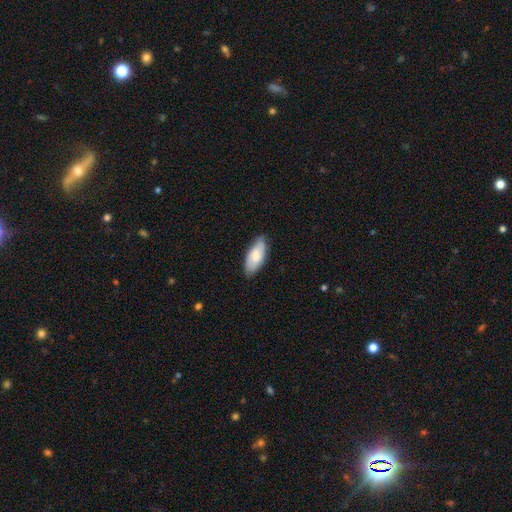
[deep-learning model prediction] Smooth or featured?
  - smooth: 77% *
  - featured or disk: 18%
  - star or artifact: 6%
How rounded?
  - in between: 84% *
  - cigar-shaped: 14%
  - round: 2%
Merging?
  - none: 78% *
  - minor disturbance: 18%
  - major disturbance: 3%
  - merger: 1%